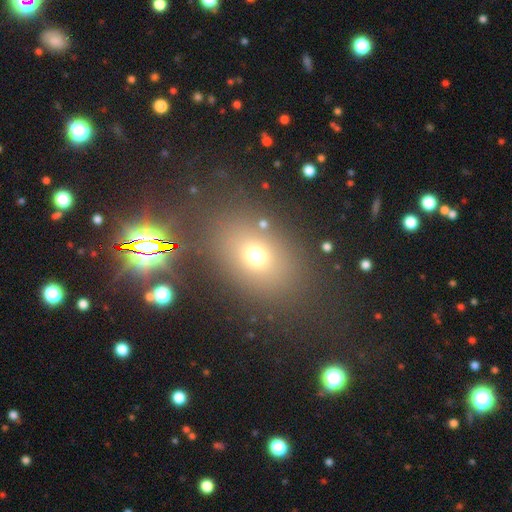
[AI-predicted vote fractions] This appears to be a smooth galaxy with no disk features (65%) that is in between round and cigar-shaped (59%). Merging: none (78%).